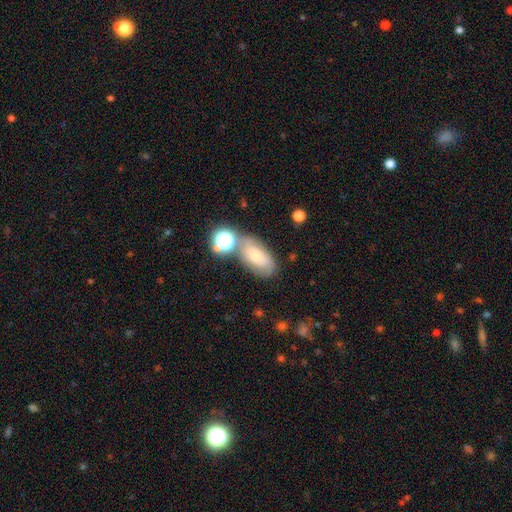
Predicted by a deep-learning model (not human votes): Overall: smooth (55%; featured or disk 31%). How rounded: in between (86%). Merging: none (51%; minor disturbance 21%).